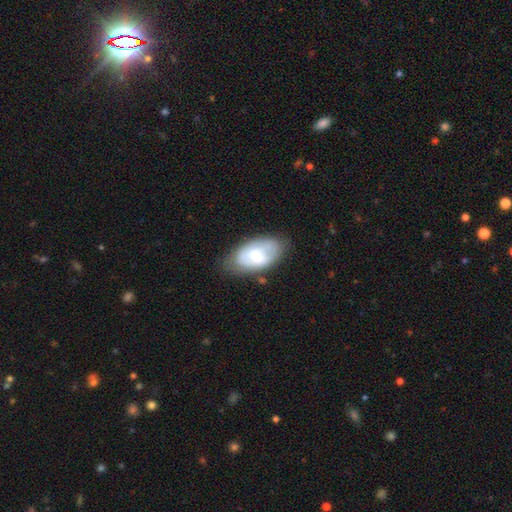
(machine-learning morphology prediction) Overall: smooth (53%; featured or disk 40%). How rounded: in between (93%). Merging: none (62%; minor disturbance 26%).